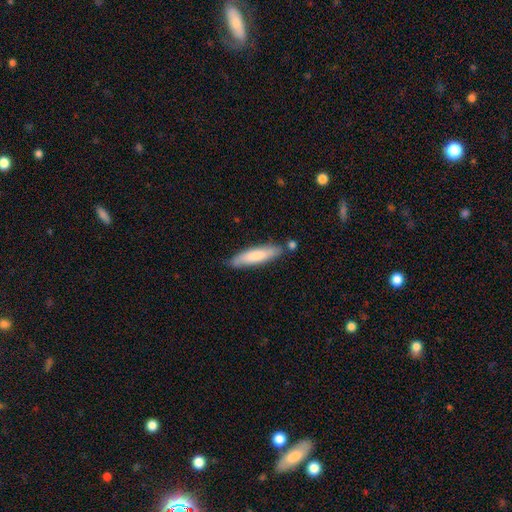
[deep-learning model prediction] A smooth galaxy with no disk features (74%) that is cigar-shaped (76%). Merging: none (74%).